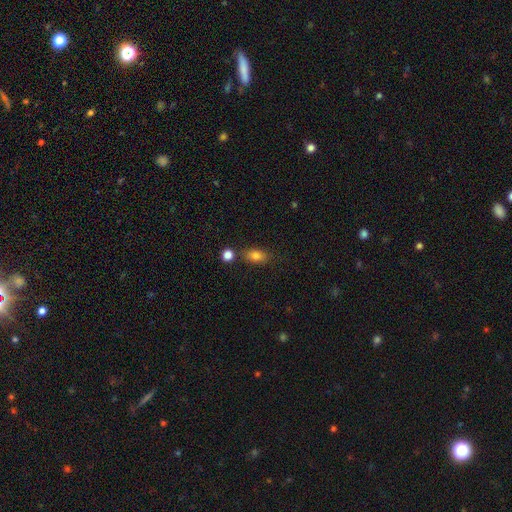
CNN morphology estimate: Smooth or featured? smooth (81%)
How rounded? in between (80%)
Merging? none (73%)